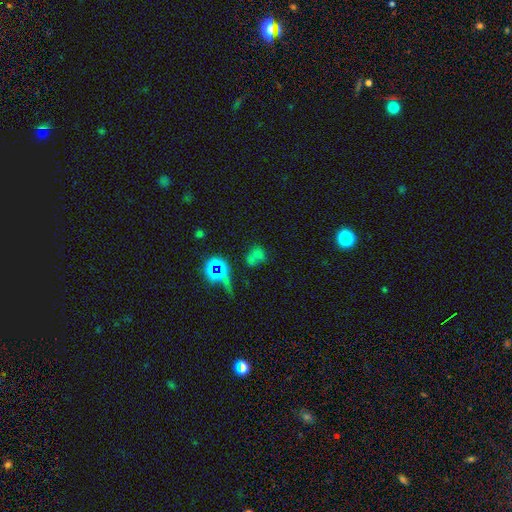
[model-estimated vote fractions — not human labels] A smooth galaxy with no disk features (46%).

Vote fractions:
- Smooth or featured? smooth: 46% / star or artifact: 41% / featured or disk: 13%
- Merging? none: 45% / merger: 24% / minor disturbance: 17% / major disturbance: 14%